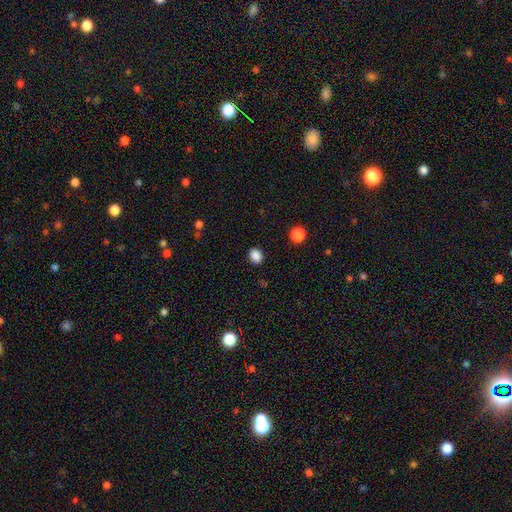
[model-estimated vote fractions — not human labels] This appears to be a smooth galaxy with no disk features (87%) that is in between round and cigar-shaped (58%). Merging: none (89%).